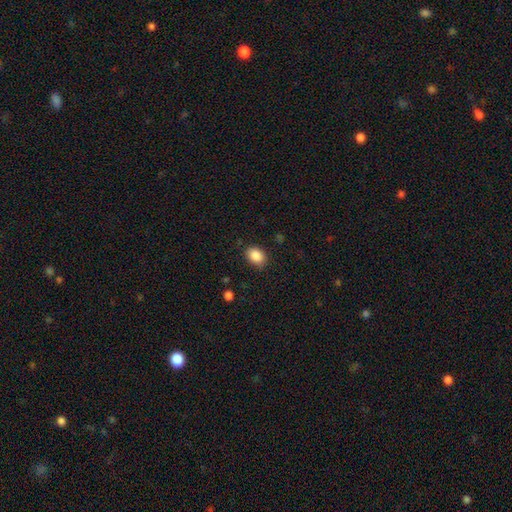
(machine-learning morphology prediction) A smooth galaxy with no disk features (87%) that is in between round and cigar-shaped (70%). Merging: none (84%).